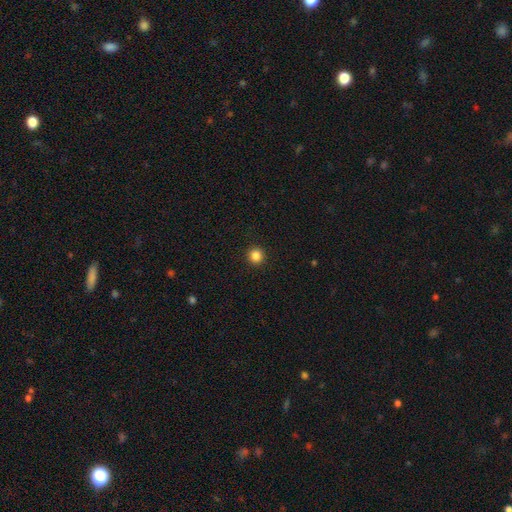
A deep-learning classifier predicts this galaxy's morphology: type=smooth (85%); roundness=round (95%); merging=none (93%).